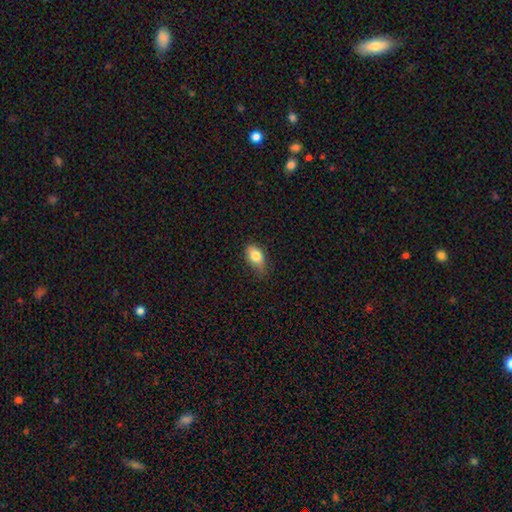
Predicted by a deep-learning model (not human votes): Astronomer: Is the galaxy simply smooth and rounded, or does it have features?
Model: smooth — 79%.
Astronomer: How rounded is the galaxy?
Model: in between — 87%.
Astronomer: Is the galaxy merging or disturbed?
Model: none — 63%.